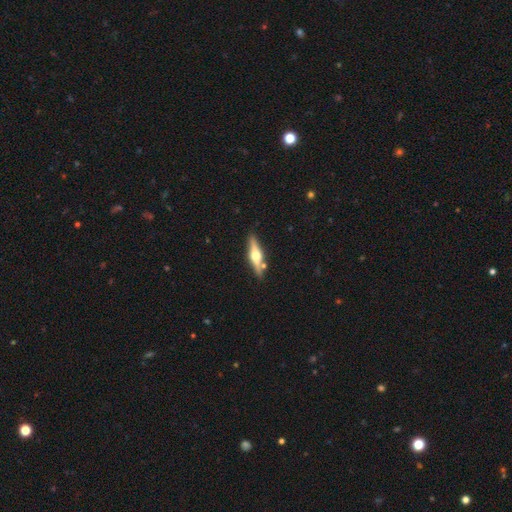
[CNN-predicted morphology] featured or disk 68%, smooth 27%, star or artifact 6%. Down the decision tree: edge-on disk — yes (96%); edge-on bulge — rounded (95%); merging — none (83%).